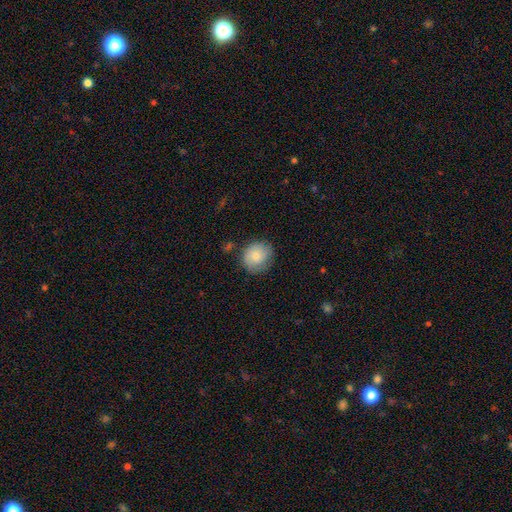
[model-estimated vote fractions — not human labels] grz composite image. It shows a smooth galaxy with no disk features (80%) that is round (82%). Merging: none (72%).